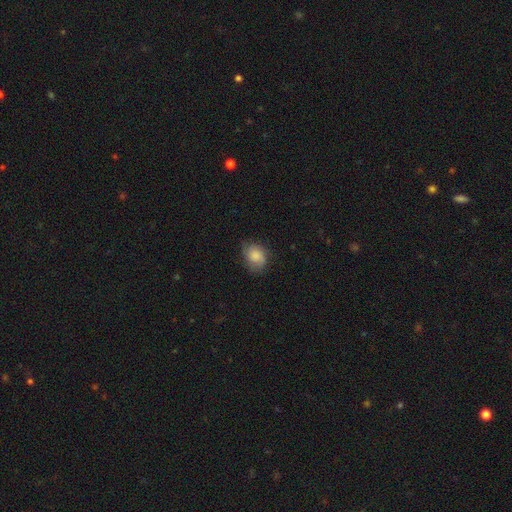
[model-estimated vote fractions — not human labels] Overall: smooth (73%). How rounded: in between (57%; round 42%). Merging: none (64%; minor disturbance 27%).